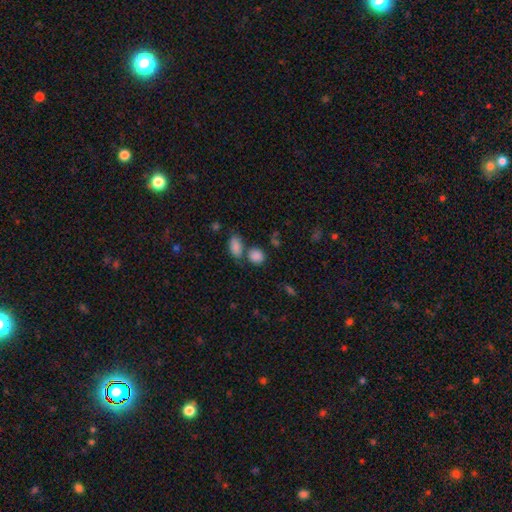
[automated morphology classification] Q: Smooth or featured?
A: smooth (85%); runner-up: star or artifact (10%)
Q: How rounded?
A: round (64%); runner-up: in between (34%)
Q: Merging?
A: none (56%); runner-up: merger (28%)